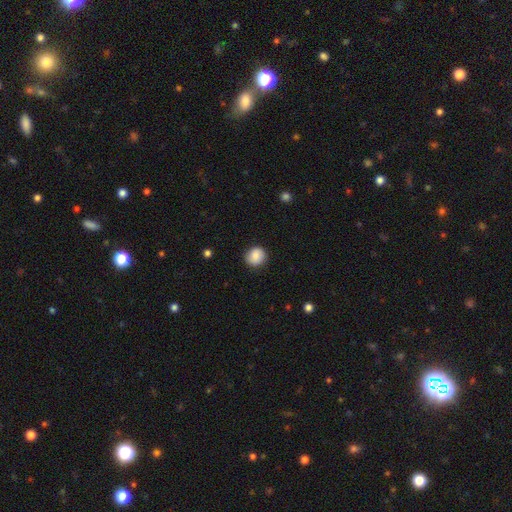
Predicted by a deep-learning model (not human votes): This is clearly a smooth galaxy (81%). How rounded: clearly round (87%). Merging: clearly none (85%).